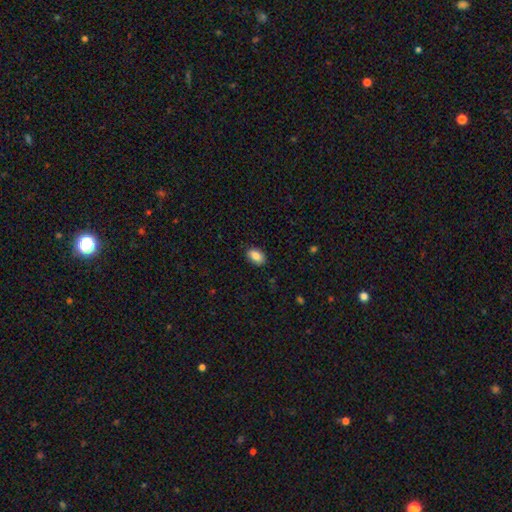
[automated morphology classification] This is clearly a smooth galaxy (88%). How rounded: clearly in between (90%). Merging: clearly none (87%).